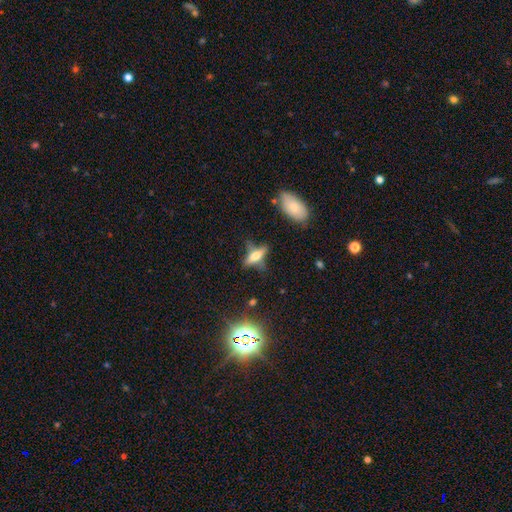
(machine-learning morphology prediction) Smooth or featured? Predicted: smooth (p=0.45). Merging? Predicted: none (p=0.66).